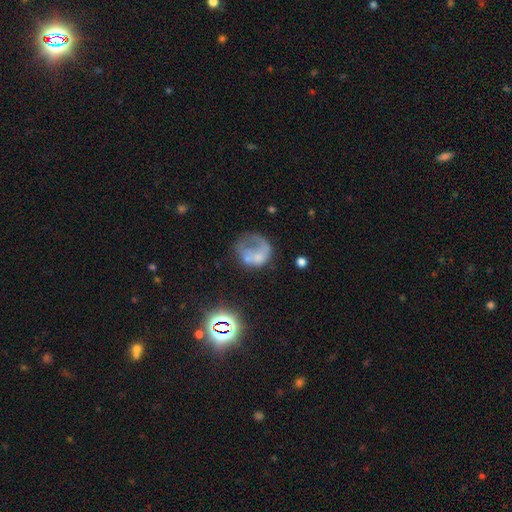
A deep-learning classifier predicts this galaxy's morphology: smooth-or-featured: smooth: 43% | featured or disk: 42% | star or artifact: 16%
  merging: major disturbance: 39% | none: 32% | minor disturbance: 20% | merger: 9%